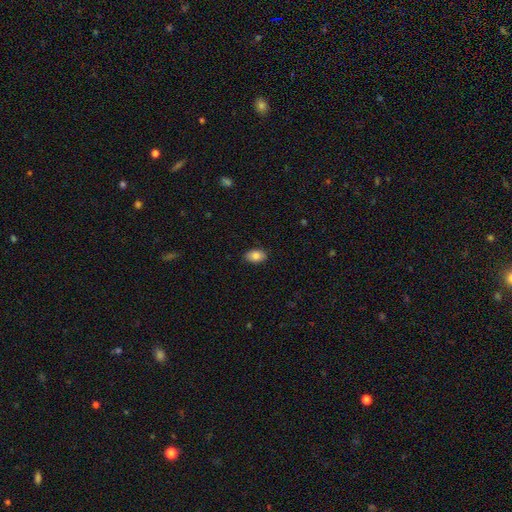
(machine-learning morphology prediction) Smooth or featured: smooth — 84% (featured or disk — 8%)
How rounded: in between — 89% (round — 10%)
Merging: none — 87% (minor disturbance — 10%)